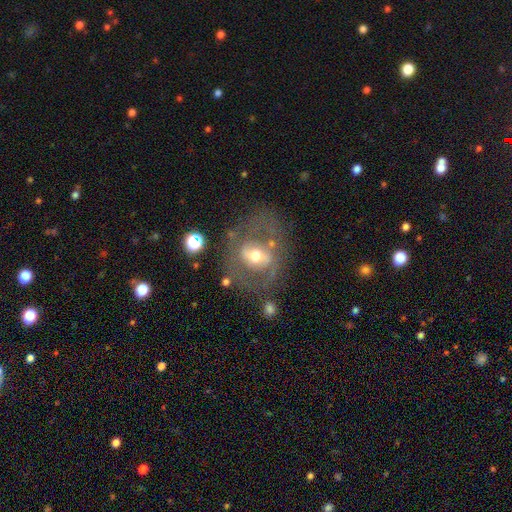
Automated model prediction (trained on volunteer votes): Q: Smooth or featured?
A: featured or disk (64%); runner-up: smooth (27%)
Q: Edge-on disk?
A: no (95%); runner-up: yes (5%)
Q: Bar?
A: weak (38%); runner-up: no (36%)
Q: Spiral arms?
A: no (59%); runner-up: yes (41%)
Q: Bulge size?
A: moderate (69%); runner-up: small (17%)
Q: Merging?
A: none (64%); runner-up: minor disturbance (17%)